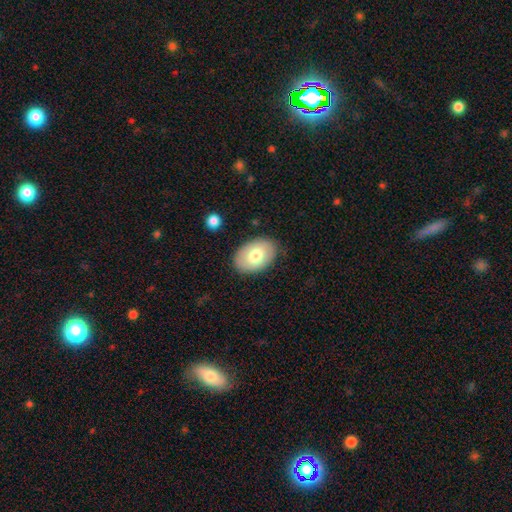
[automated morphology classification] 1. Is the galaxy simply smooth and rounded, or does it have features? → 72% smooth, 22% featured or disk, 6% star or artifact.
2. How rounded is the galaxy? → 87% in between, 12% round, 1% cigar-shaped.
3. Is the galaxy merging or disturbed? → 84% none, 12% minor disturbance, 3% major disturbance, 1% merger.